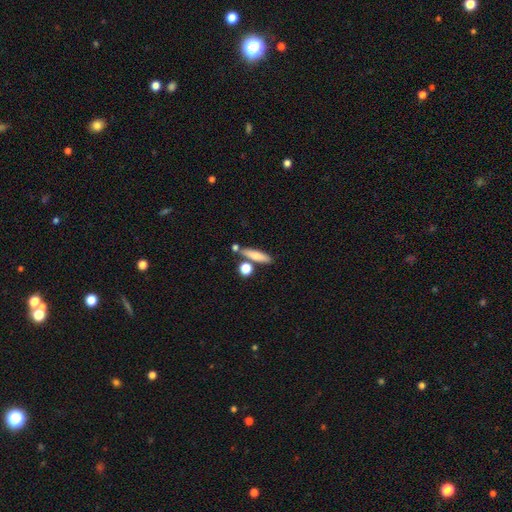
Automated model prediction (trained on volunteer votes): Smooth or featured?
  - smooth: 72% *
  - featured or disk: 20%
  - star or artifact: 8%
How rounded?
  - cigar-shaped: 64% *
  - in between: 29%
  - round: 7%
Merging?
  - none: 70% *
  - merger: 14%
  - minor disturbance: 12%
  - major disturbance: 4%